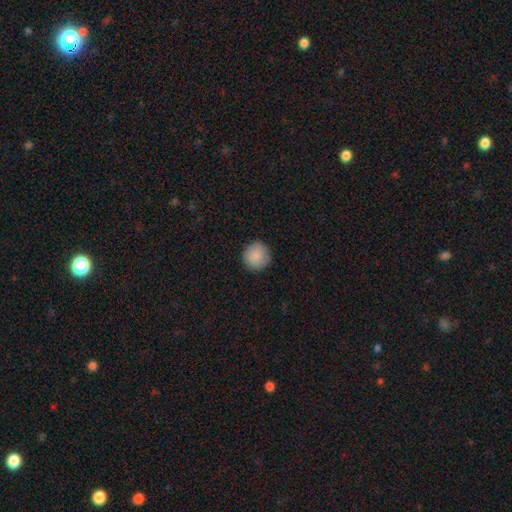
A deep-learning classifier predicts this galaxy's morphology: smooth_or_featured: smooth (p=0.88) [alt: star or artifact p=0.08]
how_rounded: round (p=0.94) [alt: in between p=0.05]
merging: none (p=0.89) [alt: minor disturbance p=0.08]